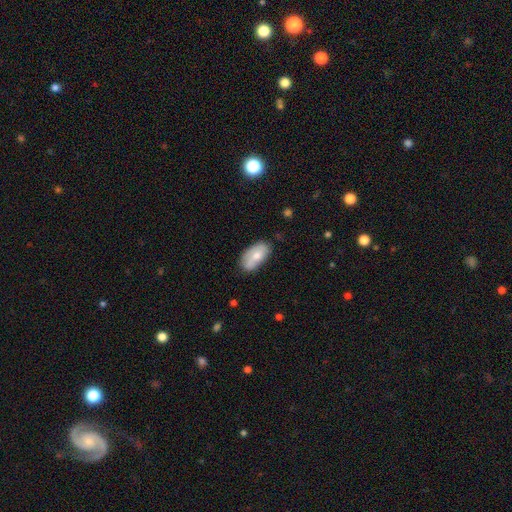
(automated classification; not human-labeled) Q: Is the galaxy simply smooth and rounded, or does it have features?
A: smooth — 60%.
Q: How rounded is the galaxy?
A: in between — 92%.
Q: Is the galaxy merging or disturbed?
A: none — 67%.